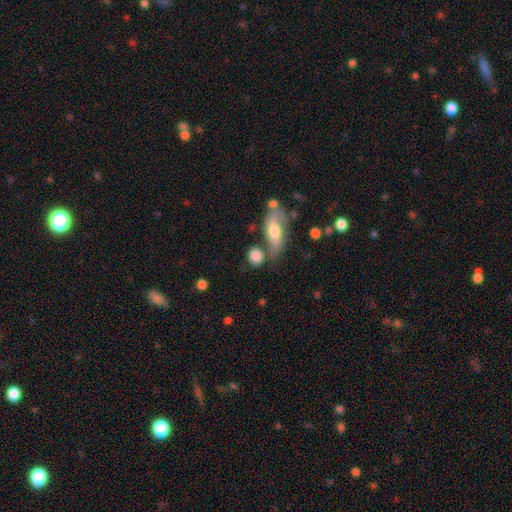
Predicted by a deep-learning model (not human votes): A smooth galaxy with no disk features (77%) that is round (54%). Merging: none (53%).